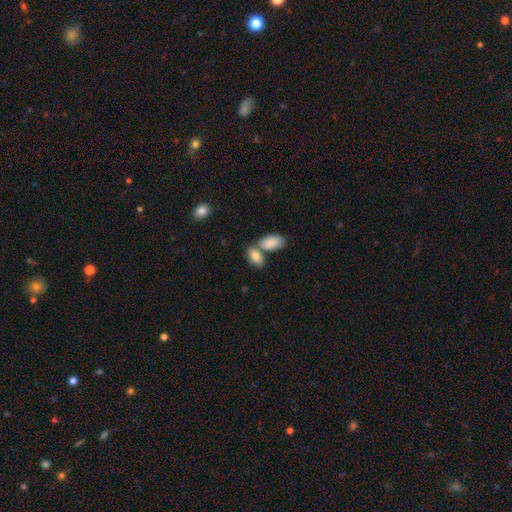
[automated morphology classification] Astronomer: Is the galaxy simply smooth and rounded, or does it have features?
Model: smooth — 84%.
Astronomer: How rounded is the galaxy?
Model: in between — 91%.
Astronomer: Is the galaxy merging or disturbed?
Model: none — 46% (runner-up: merger, 39%).